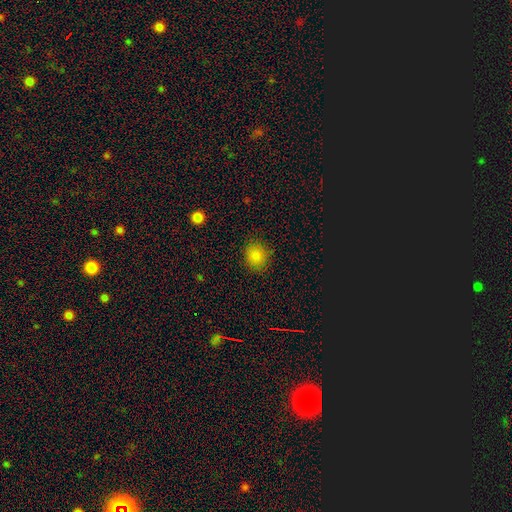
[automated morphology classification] Smooth or featured? Predicted: smooth (p=0.83). How rounded? Predicted: round (p=0.81). Merging? Predicted: none (p=0.87).